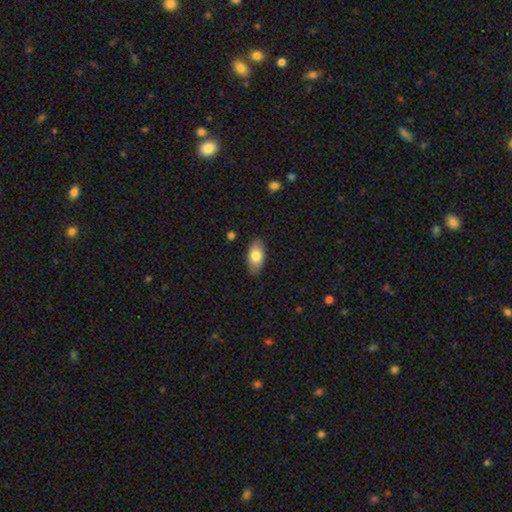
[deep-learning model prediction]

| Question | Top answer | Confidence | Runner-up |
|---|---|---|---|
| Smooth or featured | smooth | 78% | featured or disk (15%) |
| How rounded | in between | 92% | round (4%) |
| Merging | none | 85% | minor disturbance (12%) |